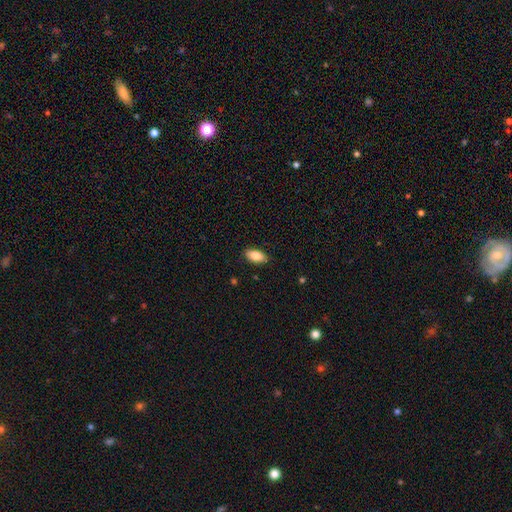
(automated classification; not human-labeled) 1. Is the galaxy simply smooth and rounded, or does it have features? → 85% smooth, 8% featured or disk, 7% star or artifact.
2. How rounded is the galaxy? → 91% in between, 6% cigar-shaped, 3% round.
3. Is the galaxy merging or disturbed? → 88% none, 9% minor disturbance, 2% major disturbance, 1% merger.